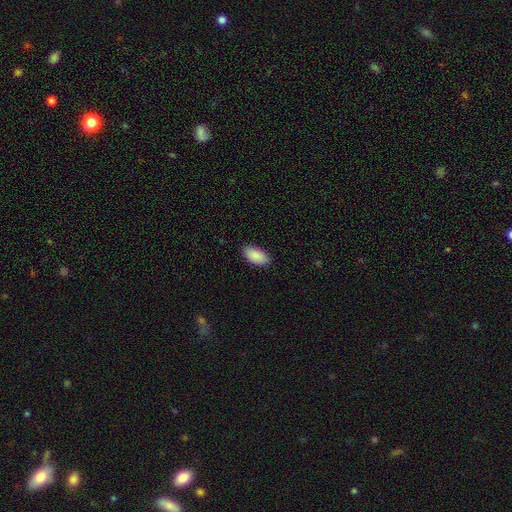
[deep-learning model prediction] Morphology: type=smooth (90%); roundness=in between (95%); merging=none (89%).